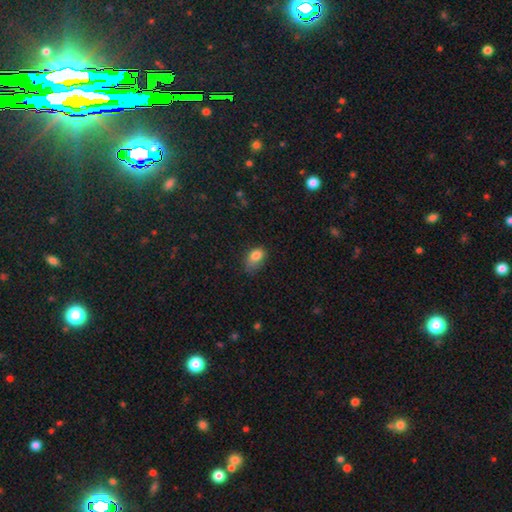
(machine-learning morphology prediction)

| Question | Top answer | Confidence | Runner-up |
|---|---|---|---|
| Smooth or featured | smooth | 83% | star or artifact (10%) |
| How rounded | in between | 84% | round (14%) |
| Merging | none | 43% | minor disturbance (41%) |